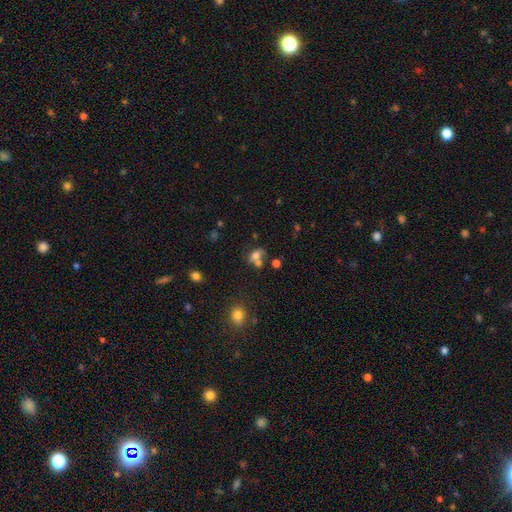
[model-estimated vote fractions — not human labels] Overall: smooth (68%). How rounded: in between (59%; round 39%). Merging: merger (45%; none 35%).